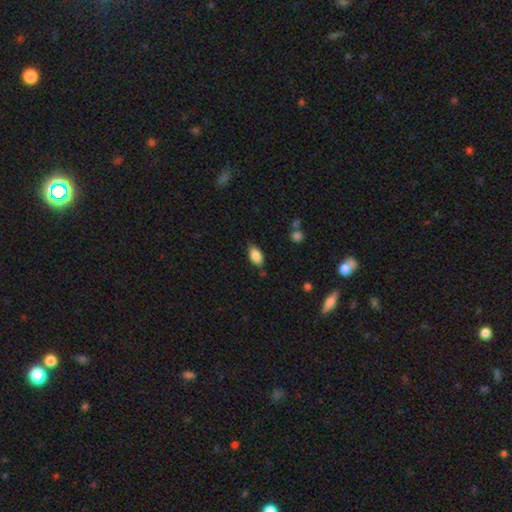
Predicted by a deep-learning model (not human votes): Overall: smooth (85%). How rounded: in between (91%). Merging: none (76%).